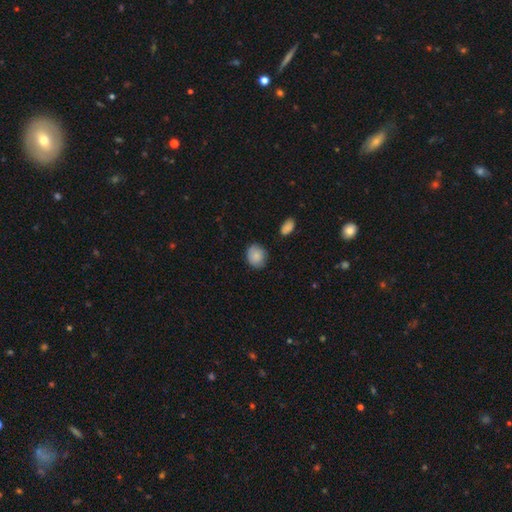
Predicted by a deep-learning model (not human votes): The model was most divided on "how rounded": round: 61%, in between: 38%, cigar-shaped: 1%. More confident: smooth or featured — smooth (85%); merging — none (79%).